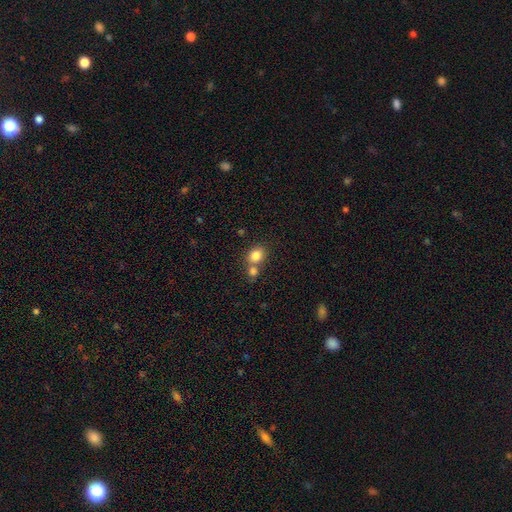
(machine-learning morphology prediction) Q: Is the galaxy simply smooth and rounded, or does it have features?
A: smooth — 82%.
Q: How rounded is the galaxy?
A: round — 61%.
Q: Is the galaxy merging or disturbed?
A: none — 47%.